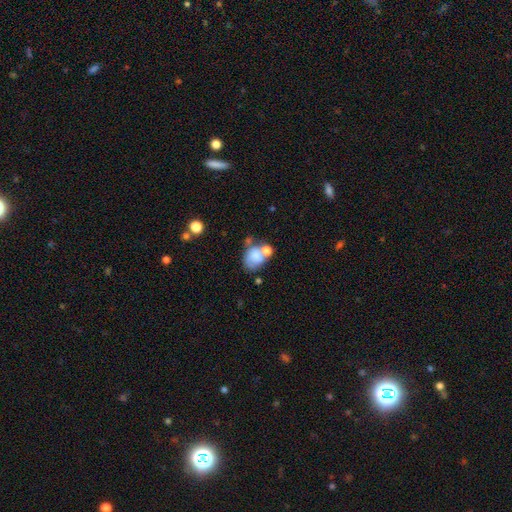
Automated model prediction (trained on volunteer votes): Overall: smooth (67%). How rounded: in between (60%; round 39%). Merging: merger (34%; none 33%).